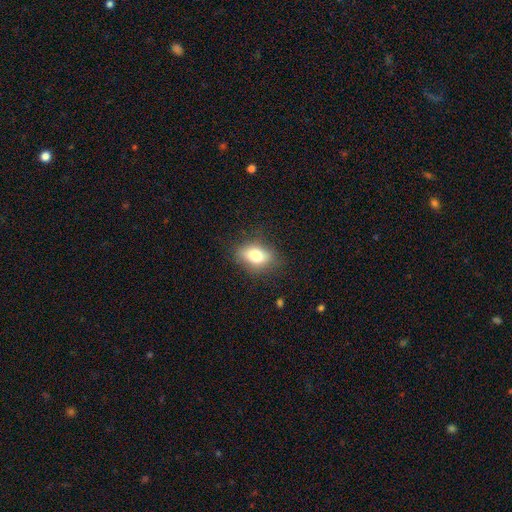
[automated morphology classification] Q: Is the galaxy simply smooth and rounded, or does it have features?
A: smooth — 78%.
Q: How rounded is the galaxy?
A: in between — 82%.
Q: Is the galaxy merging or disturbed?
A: none — 78%.